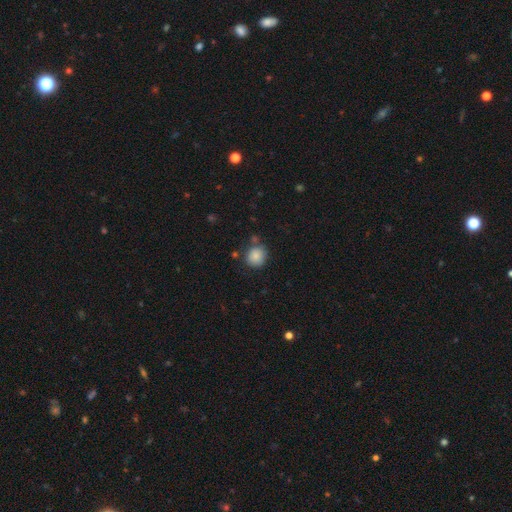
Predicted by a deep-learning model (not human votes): This appears to be a smooth galaxy with no disk features (85%) that is round (84%). Merging: none (75%).